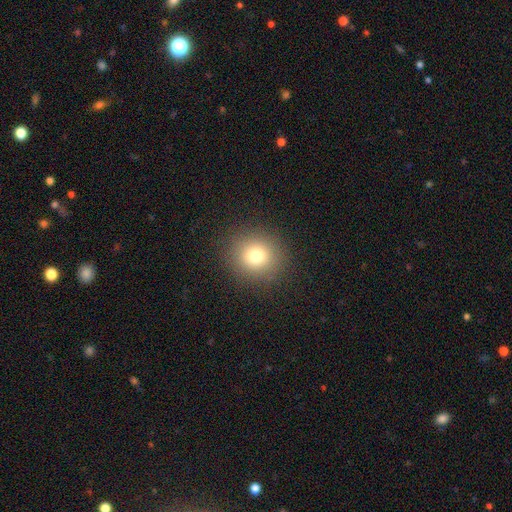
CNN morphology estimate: This appears to be a smooth galaxy with no disk features (78%) that is round (89%). Merging: none (90%).